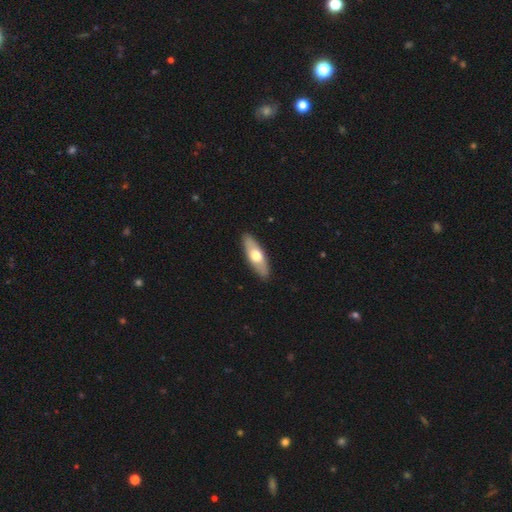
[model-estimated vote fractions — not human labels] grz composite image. It shows a smooth galaxy with no disk features (59%) that is in between round and cigar-shaped (61%). Merging: none (90%).